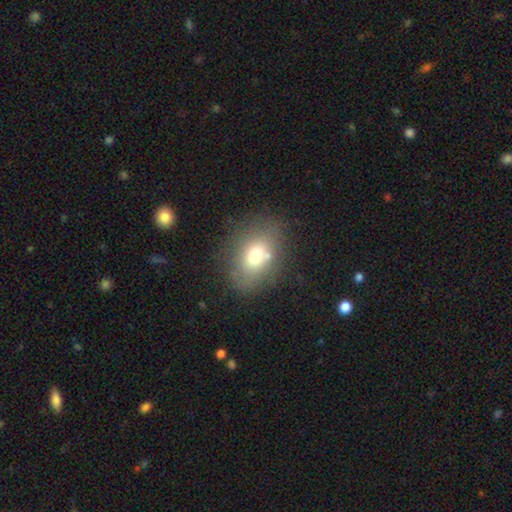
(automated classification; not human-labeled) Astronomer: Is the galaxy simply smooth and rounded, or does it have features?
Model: smooth — 70%.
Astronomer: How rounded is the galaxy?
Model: in between — 71%.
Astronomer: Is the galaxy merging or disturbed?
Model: none — 70%.